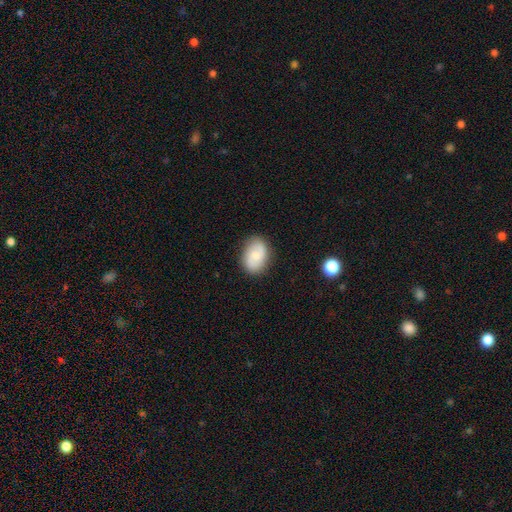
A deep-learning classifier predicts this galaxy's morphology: smooth 57%, featured or disk 35%, star or artifact 7%. Down the decision tree: how rounded — in between (79%); merging — none (82%).